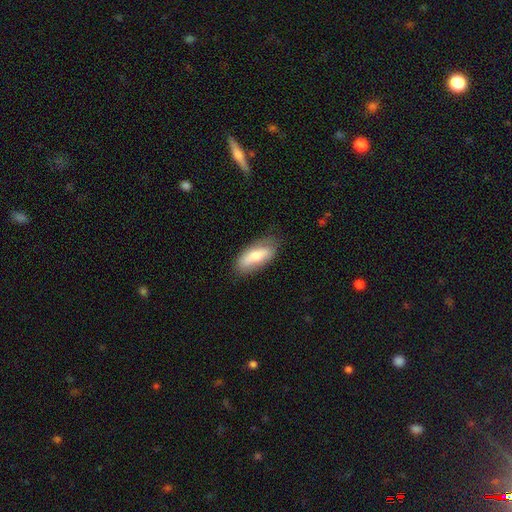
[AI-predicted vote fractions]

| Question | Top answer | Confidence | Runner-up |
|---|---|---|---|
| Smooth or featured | smooth | 69% | featured or disk (24%) |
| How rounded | in between | 77% | cigar-shaped (20%) |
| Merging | none | 74% | minor disturbance (20%) |